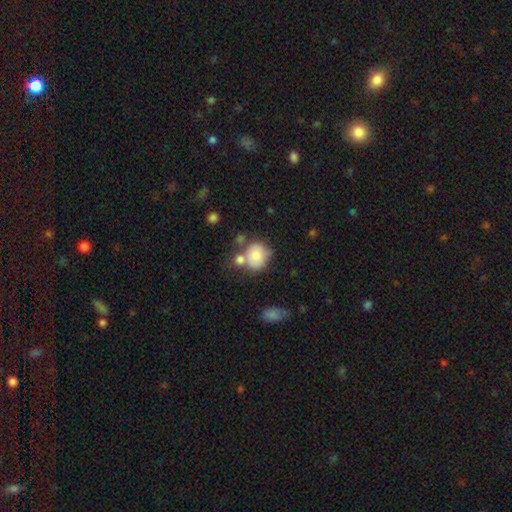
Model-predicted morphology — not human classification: Q: Smooth or featured?
A: smooth (75%); runner-up: featured or disk (17%)
Q: How rounded?
A: round (75%); runner-up: in between (24%)
Q: Merging?
A: none (46%); runner-up: merger (29%)